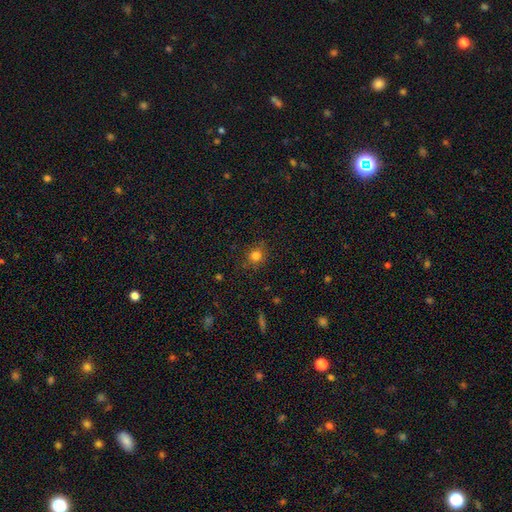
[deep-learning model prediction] Morphology: type=smooth (80%); roundness=round (84%); merging=none (82%).